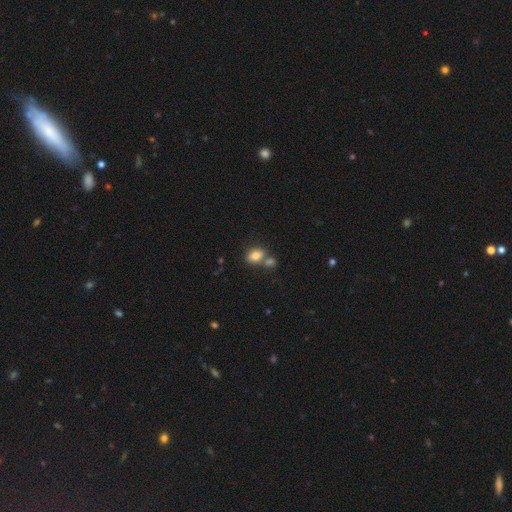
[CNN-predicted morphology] Smooth or featured?
  - smooth: 81% *
  - featured or disk: 10%
  - star or artifact: 9%
How rounded?
  - in between: 83% *
  - round: 15%
  - cigar-shaped: 2%
Merging?
  - none: 47% *
  - merger: 37%
  - minor disturbance: 11%
  - major disturbance: 4%